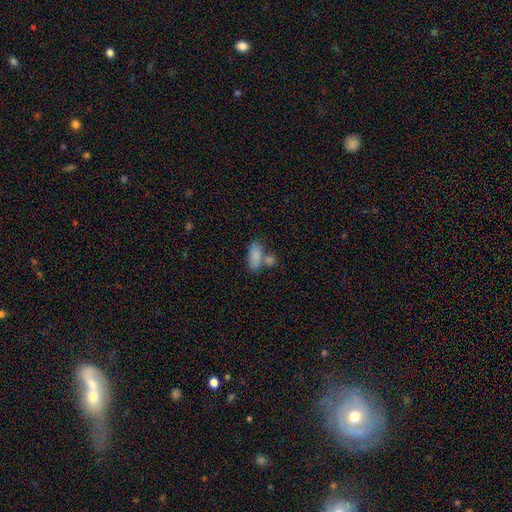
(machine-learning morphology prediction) Smooth or featured? smooth (83%)
How rounded? in between (87%)
Merging? none (45%)